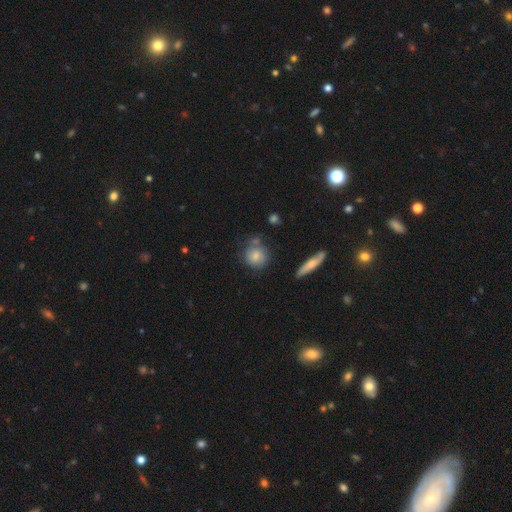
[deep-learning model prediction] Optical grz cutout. It shows a smooth galaxy with no disk features (75%) that is round (83%). Merging: none (65%).